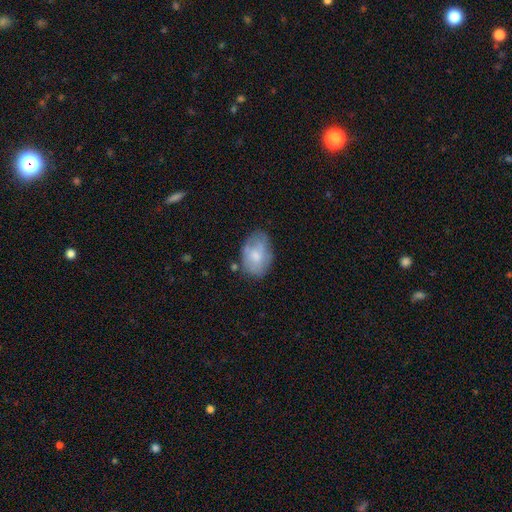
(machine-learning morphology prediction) Q: Smooth or featured?
A: smooth (63%); runner-up: featured or disk (30%)
Q: How rounded?
A: in between (84%); runner-up: round (14%)
Q: Merging?
A: none (61%); runner-up: minor disturbance (26%)